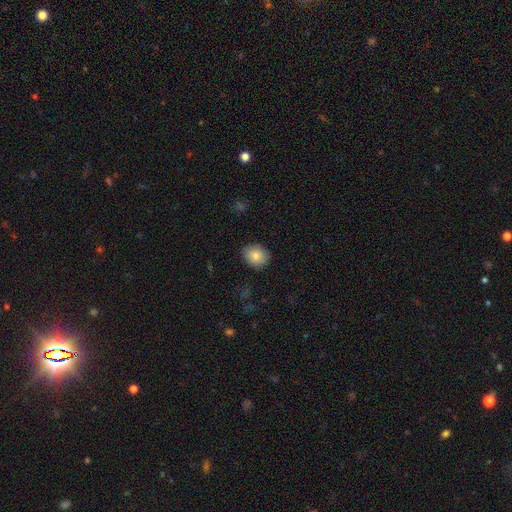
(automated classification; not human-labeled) smooth_or_featured: smooth (p=0.82) [alt: featured or disk p=0.09]
how_rounded: round (p=0.67) [alt: in between p=0.32]
merging: none (p=0.88) [alt: minor disturbance p=0.09]